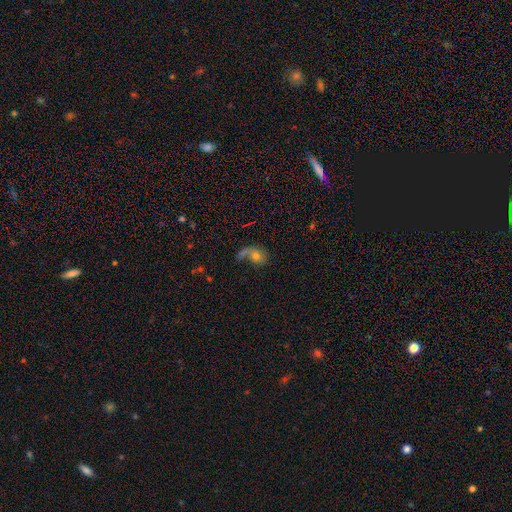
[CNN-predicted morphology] Smooth or featured?
  - smooth: 55% *
  - featured or disk: 32%
  - star or artifact: 13%
How rounded?
  - in between: 56% *
  - round: 42%
  - cigar-shaped: 3%
Merging?
  - major disturbance: 32% *
  - merger: 29%
  - none: 25%
  - minor disturbance: 14%